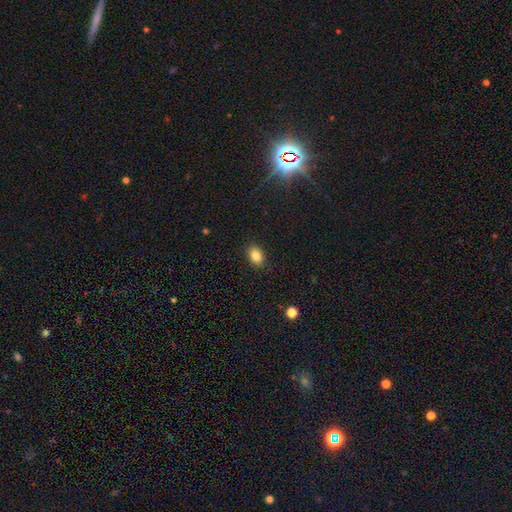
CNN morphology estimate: smooth-or-featured: smooth: 84% | star or artifact: 10% | featured or disk: 7%
  how-rounded: in between: 77% | round: 22% | cigar-shaped: 1%
  merging: none: 89% | minor disturbance: 8% | major disturbance: 2% | merger: 1%